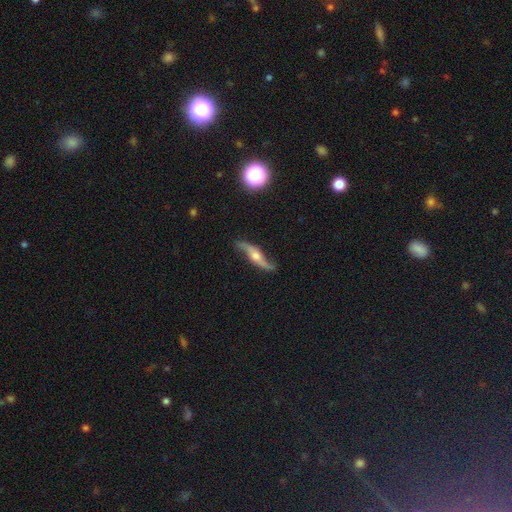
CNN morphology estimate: Smooth or featured? Predicted: featured or disk (p=0.84). Edge-on disk? Predicted: no (p=0.64). Bar? Predicted: no (p=0.58). Spiral arms? Predicted: yes (p=0.95). Spiral winding? Predicted: loose (p=0.88). Spiral arm count? Predicted: 2 (p=0.94). Bulge size? Predicted: moderate (p=0.59). Merging? Predicted: none (p=0.79).